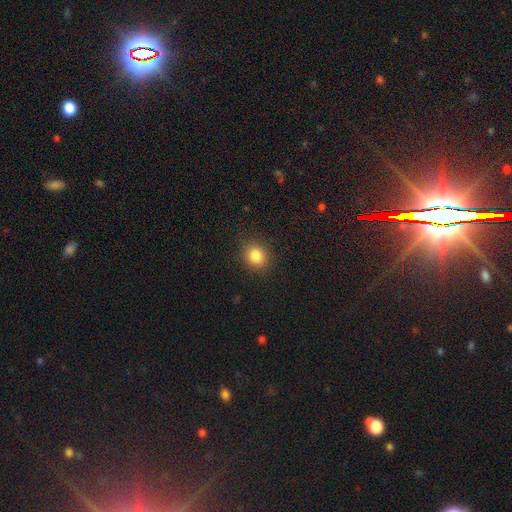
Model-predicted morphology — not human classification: The model was most divided on "how rounded": round: 77%, in between: 22%, cigar-shaped: 1%. More confident: merging — none (88%); smooth or featured — smooth (84%).